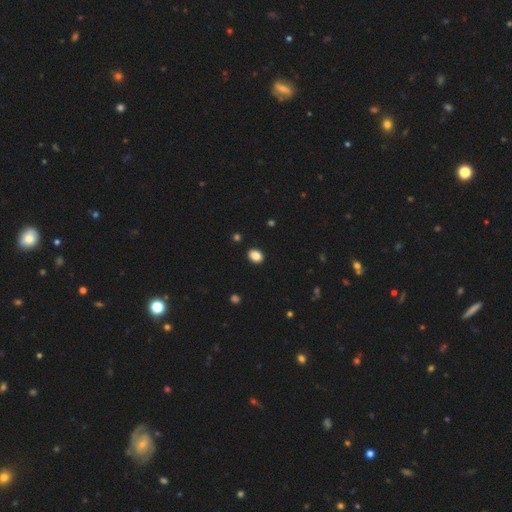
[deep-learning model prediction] Overall: smooth (87%). How rounded: in between (64%; round 35%). Merging: none (91%).